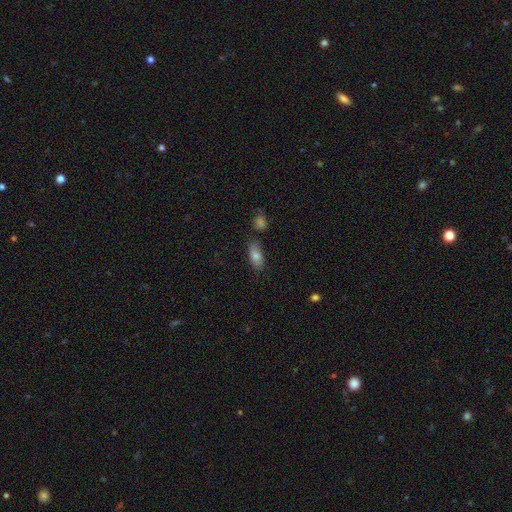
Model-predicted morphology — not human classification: Smooth or featured? Predicted: smooth (p=0.79). How rounded? Predicted: in between (p=0.86). Merging? Predicted: none (p=0.74).